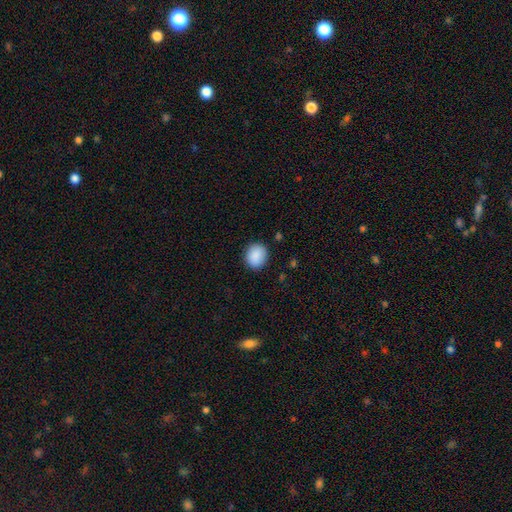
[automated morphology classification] Q: Smooth or featured?
A: smooth (89%); runner-up: star or artifact (7%)
Q: How rounded?
A: round (64%); runner-up: in between (36%)
Q: Merging?
A: none (87%); runner-up: minor disturbance (9%)